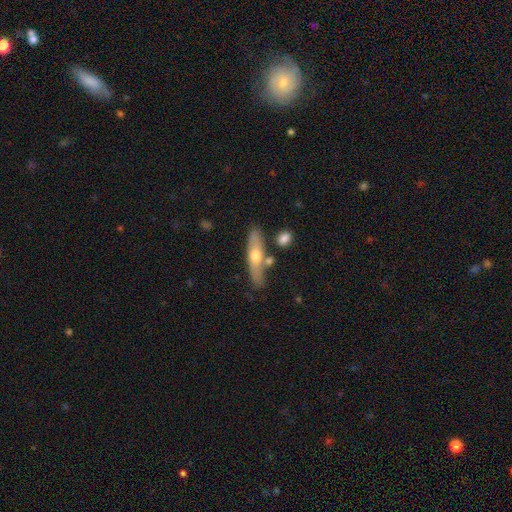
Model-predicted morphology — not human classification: The model was most divided on "smooth or featured" (2-way tie): smooth: 47%, featured or disk: 47%, star or artifact: 6%. More confident: merging — none (76%).